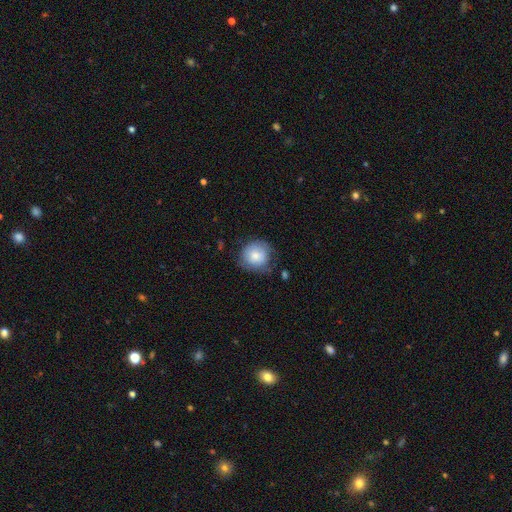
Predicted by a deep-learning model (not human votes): A smooth galaxy with no disk features (78%) that is round (88%).

Vote fractions:
- Smooth or featured? smooth: 78% / featured or disk: 15% / star or artifact: 8%
- How rounded? round: 88% / in between: 11% / cigar-shaped: 1%
- Merging? none: 66% / minor disturbance: 25% / major disturbance: 7% / merger: 2%